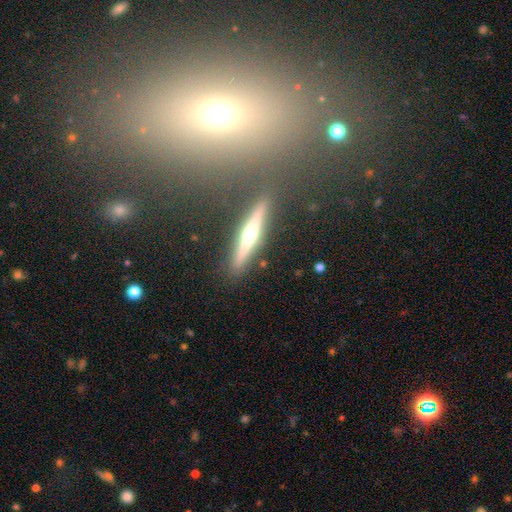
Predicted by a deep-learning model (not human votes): A featured or disk galaxy (44%).

Vote fractions:
- Smooth or featured? featured or disk: 44% / smooth: 33% / star or artifact: 23%
- Merging? none: 80% / minor disturbance: 9% / merger: 7% / major disturbance: 4%